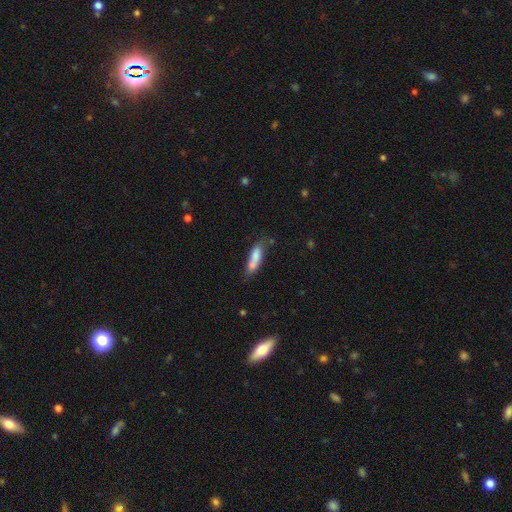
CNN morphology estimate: The model was most divided on "how rounded": in between: 49%, cigar-shaped: 48%, round: 3%. Remaining: smooth or featured — smooth (72%); merging — none (41%).